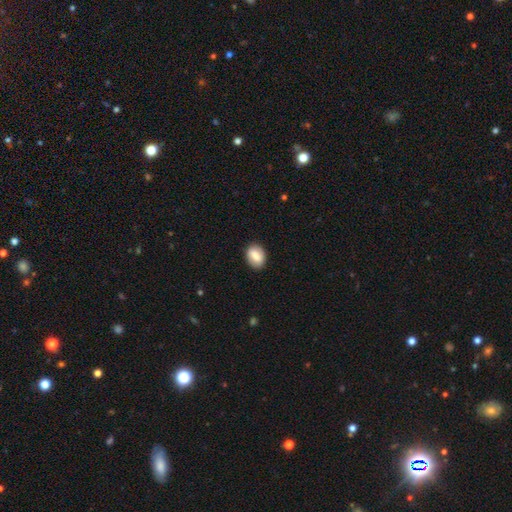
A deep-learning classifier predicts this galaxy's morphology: Smooth or featured: smooth — 78% (featured or disk — 15%)
How rounded: in between — 71% (round — 28%)
Merging: none — 88% (minor disturbance — 9%)